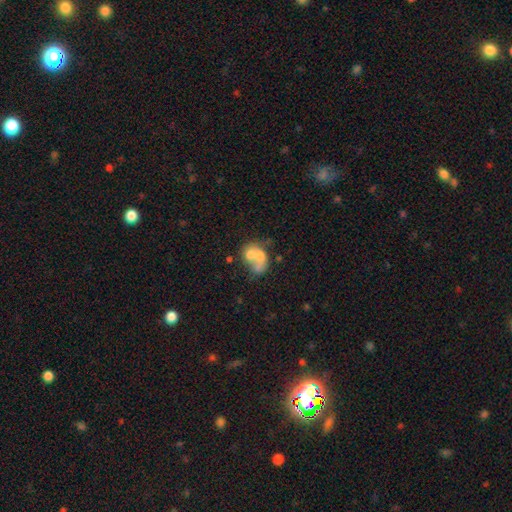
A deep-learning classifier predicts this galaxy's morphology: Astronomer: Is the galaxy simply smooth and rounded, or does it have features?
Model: smooth — 55% (runner-up: featured or disk, 35%).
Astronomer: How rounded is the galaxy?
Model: in between — 59% (runner-up: round, 39%).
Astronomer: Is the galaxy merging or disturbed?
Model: merger — 67%.